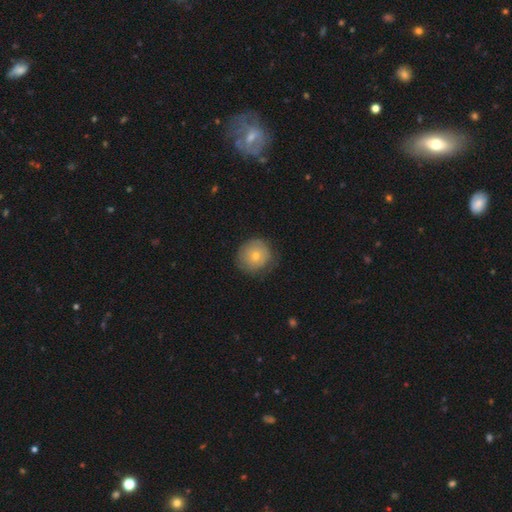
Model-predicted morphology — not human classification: A smooth galaxy with no disk features (71%) that is round (92%). Merging: none (75%).